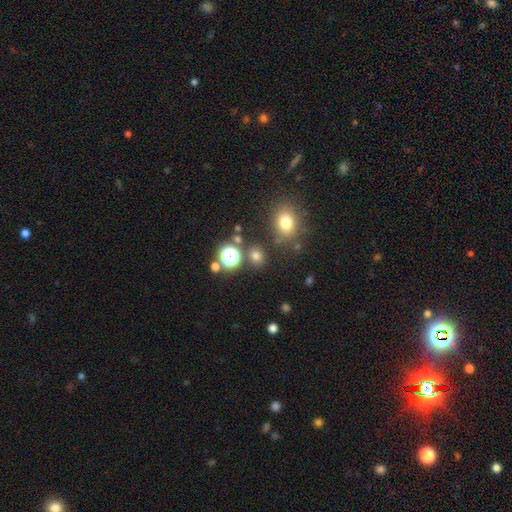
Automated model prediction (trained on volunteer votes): Q: Smooth or featured?
A: smooth (68%); runner-up: star or artifact (26%)
Q: How rounded?
A: round (77%); runner-up: in between (21%)
Q: Merging?
A: none (80%); runner-up: minor disturbance (9%)